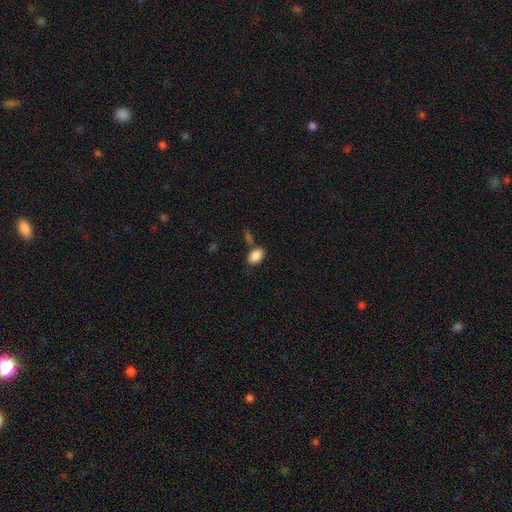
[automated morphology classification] Overall: smooth (88%). How rounded: in between (88%). Merging: none (70%).